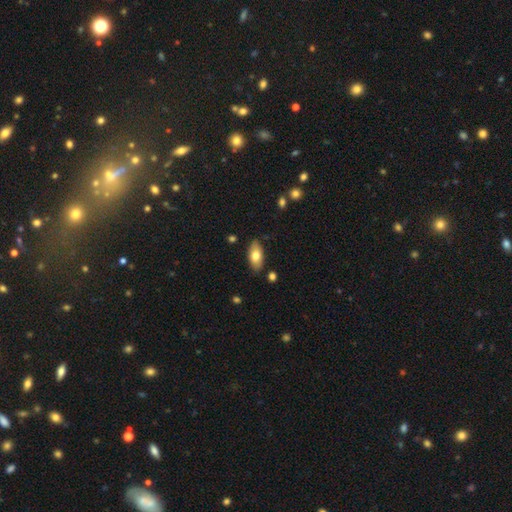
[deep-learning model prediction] This is likely a smooth galaxy (74%). How rounded: clearly in between (91%). Merging: clearly none (84%).